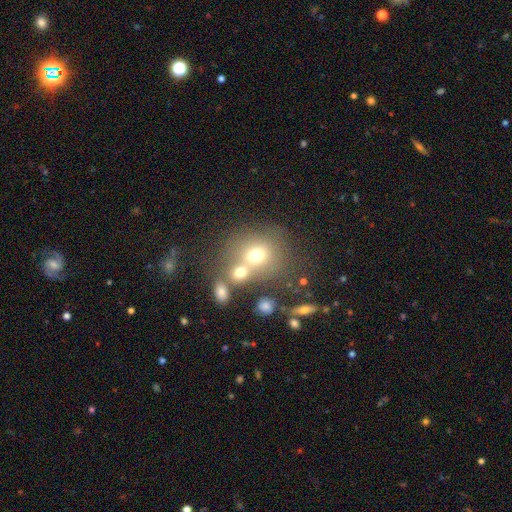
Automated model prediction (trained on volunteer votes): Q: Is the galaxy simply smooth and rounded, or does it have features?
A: smooth — 65%.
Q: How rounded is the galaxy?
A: round — 73%.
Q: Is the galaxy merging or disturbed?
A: none — 44%.